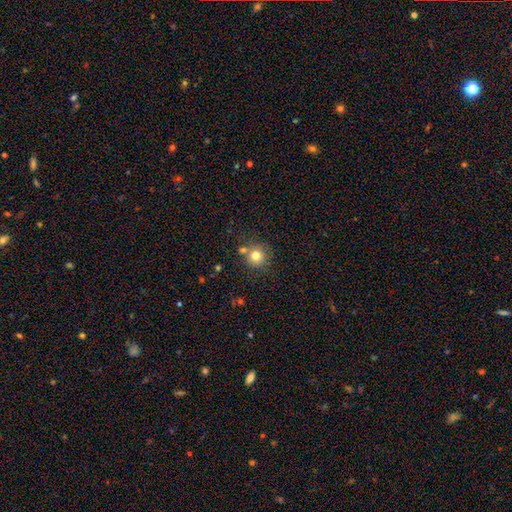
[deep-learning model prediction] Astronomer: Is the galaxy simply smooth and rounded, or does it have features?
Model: smooth — 78%.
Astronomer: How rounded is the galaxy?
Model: round — 93%.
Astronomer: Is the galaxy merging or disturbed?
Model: none — 72%.